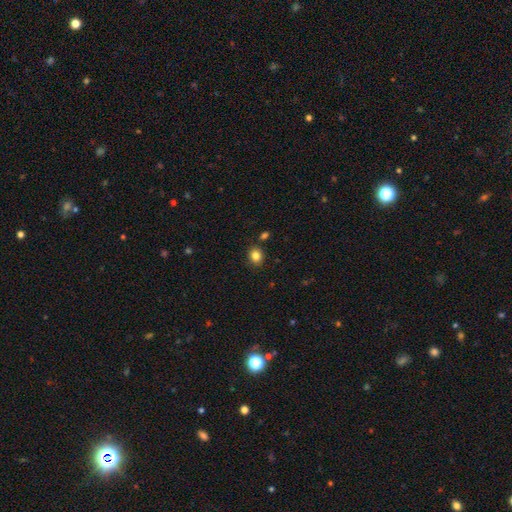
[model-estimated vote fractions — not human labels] smooth-or-featured: smooth: 83% | star or artifact: 12% | featured or disk: 6%
  how-rounded: round: 70% | in between: 29% | cigar-shaped: 1%
  merging: none: 86% | minor disturbance: 8% | merger: 3% | major disturbance: 2%